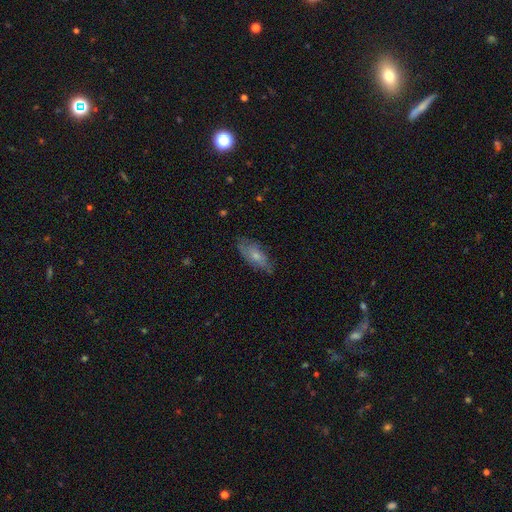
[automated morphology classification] This appears to be a smooth galaxy with no disk features (58%) that is in between round and cigar-shaped (81%). Merging: none (69%).